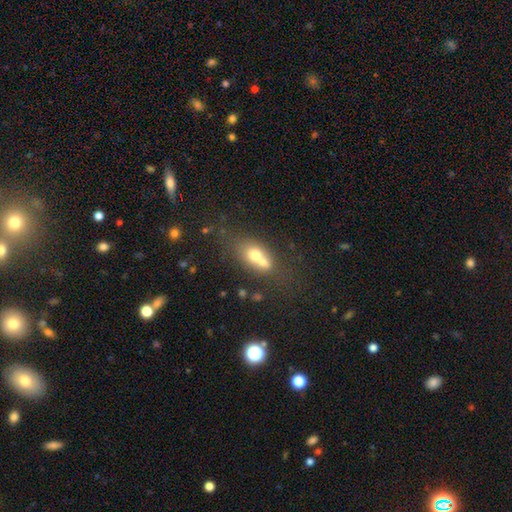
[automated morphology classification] A smooth galaxy with no disk features (62%) that is in between round and cigar-shaped (65%). Merging: merger (61%).